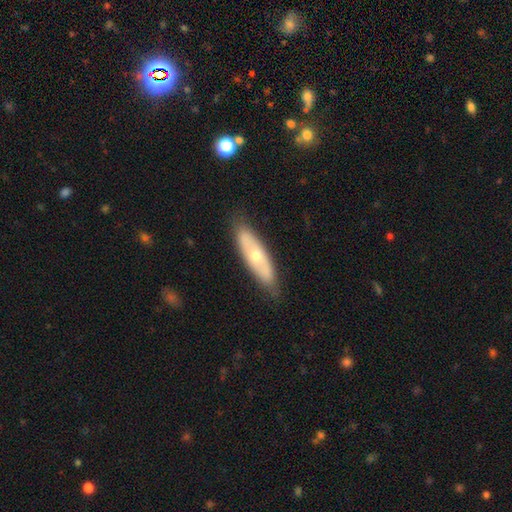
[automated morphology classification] This is possibly a featured or disk galaxy (48%). Merging: clearly none (81%).